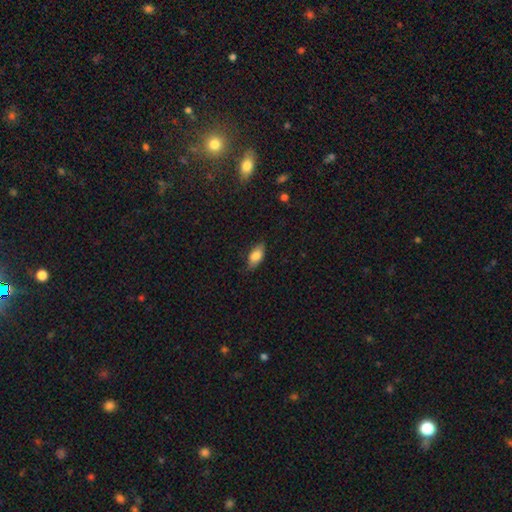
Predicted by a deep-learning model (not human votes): Morphology: type=smooth (80%); roundness=in between (87%); merging=none (76%).